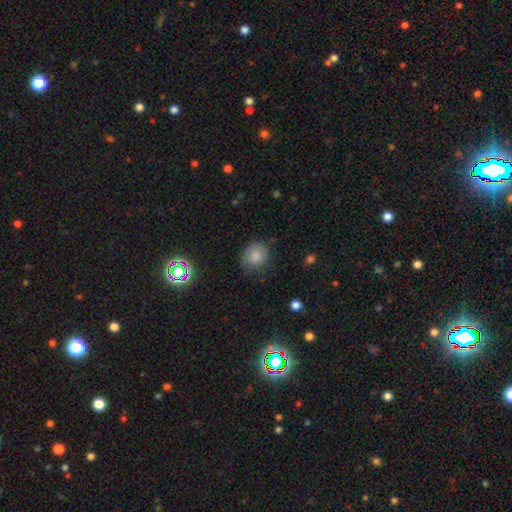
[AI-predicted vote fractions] Overall: smooth (83%). How rounded: round (74%). Merging: none (74%).